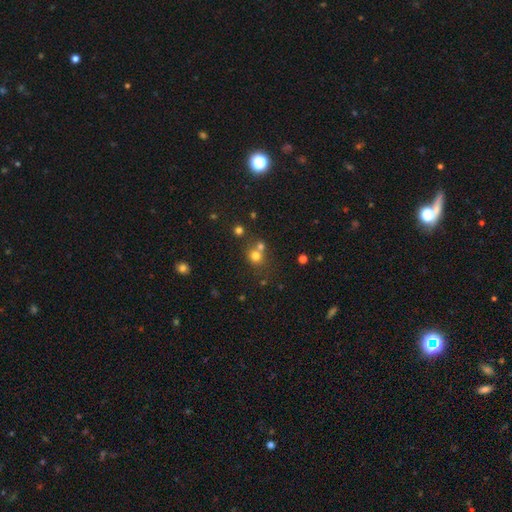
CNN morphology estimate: A smooth galaxy with no disk features (72%) that is round (82%). Merging: none (49%).